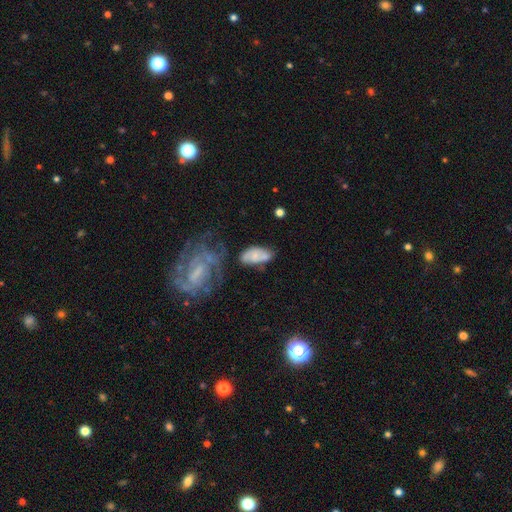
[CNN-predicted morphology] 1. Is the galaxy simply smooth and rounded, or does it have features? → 49% smooth, 43% featured or disk, 8% star or artifact.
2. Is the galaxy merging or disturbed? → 47% none, 24% minor disturbance, 18% merger, 12% major disturbance.